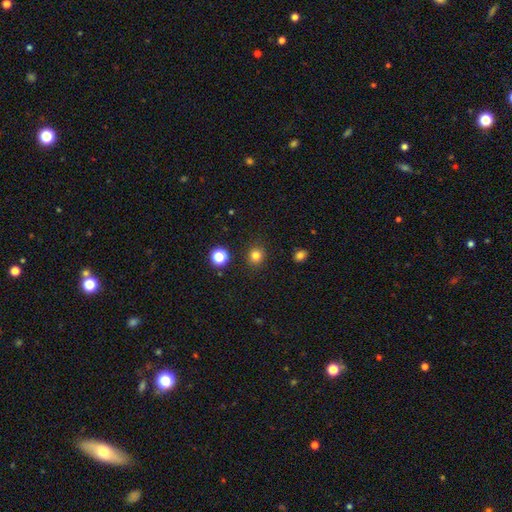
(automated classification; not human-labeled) smooth_or_featured: smooth (p=0.81) [alt: star or artifact p=0.14]
how_rounded: round (p=0.89) [alt: in between p=0.10]
merging: none (p=0.89) [alt: minor disturbance p=0.06]